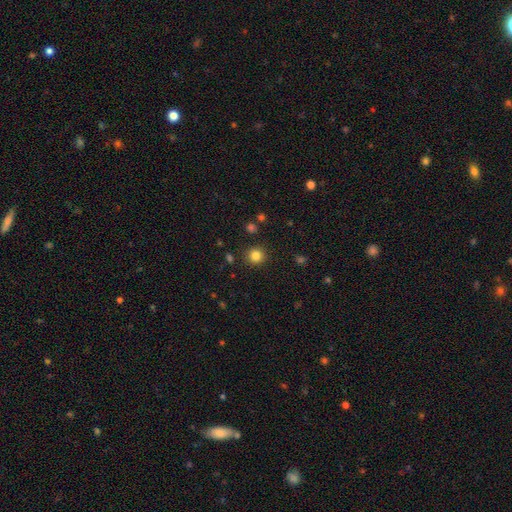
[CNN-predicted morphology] smooth-or-featured: smooth: 83% | star or artifact: 13% | featured or disk: 5%
  how-rounded: round: 93% | in between: 6% | cigar-shaped: 1%
  merging: none: 90% | minor disturbance: 6% | major disturbance: 2% | merger: 2%